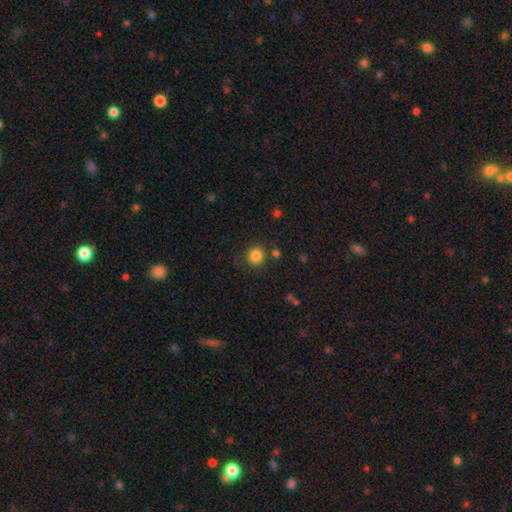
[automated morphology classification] This is clearly a smooth galaxy (84%). How rounded: clearly round (88%). Merging: clearly none (81%).